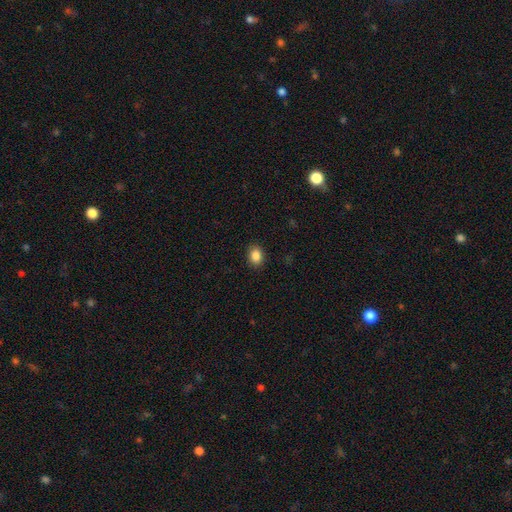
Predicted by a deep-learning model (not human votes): Smooth or featured: smooth — 86% (star or artifact — 10%)
How rounded: in between — 61% (round — 38%)
Merging: none — 89% (minor disturbance — 8%)